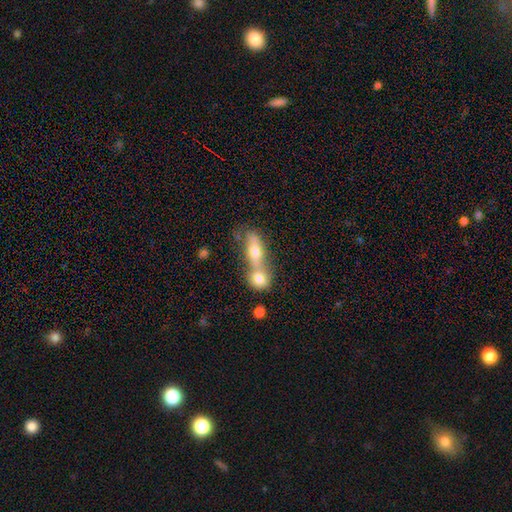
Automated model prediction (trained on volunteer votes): smooth 54%, featured or disk 36%, star or artifact 10%. Down the decision tree: how rounded — in between (50%); merging — merger (67%).